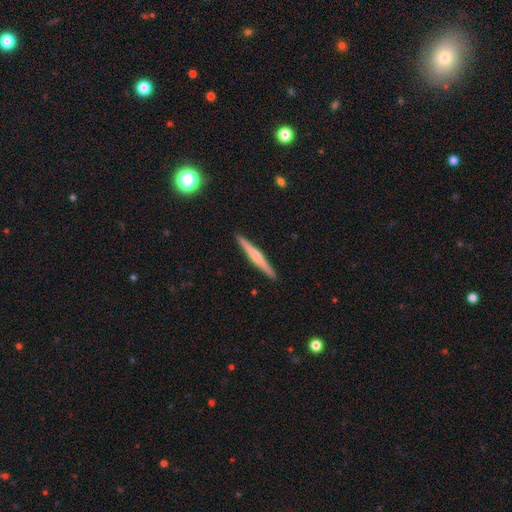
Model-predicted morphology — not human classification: Overall: featured or disk (58%; smooth 37%). Edge-on disk: yes (98%). Edge-on bulge: rounded (57%; none 30%). Merging: none (92%).